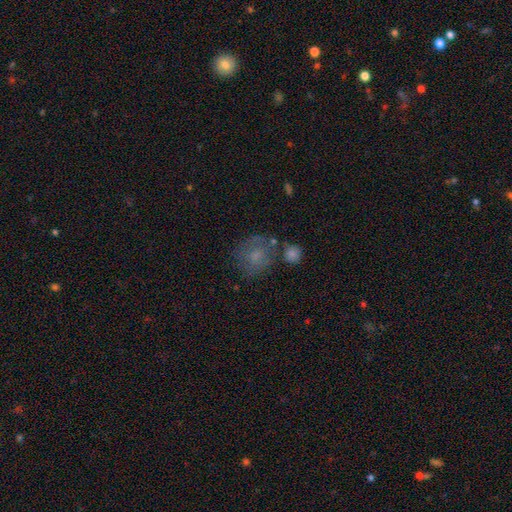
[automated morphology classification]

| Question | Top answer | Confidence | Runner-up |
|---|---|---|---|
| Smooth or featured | smooth | 63% | featured or disk (25%) |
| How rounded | round | 77% | in between (22%) |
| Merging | none | 57% | minor disturbance (20%) |